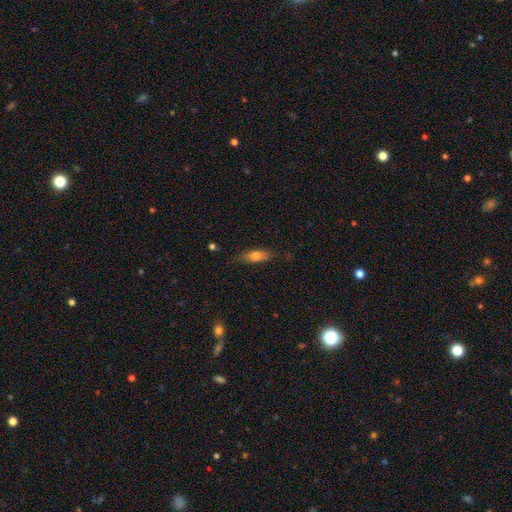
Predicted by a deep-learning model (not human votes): smooth_or_featured: smooth (p=0.71) [alt: featured or disk p=0.21]
how_rounded: in between (p=0.63) [alt: cigar-shaped p=0.33]
merging: none (p=0.71) [alt: minor disturbance p=0.22]